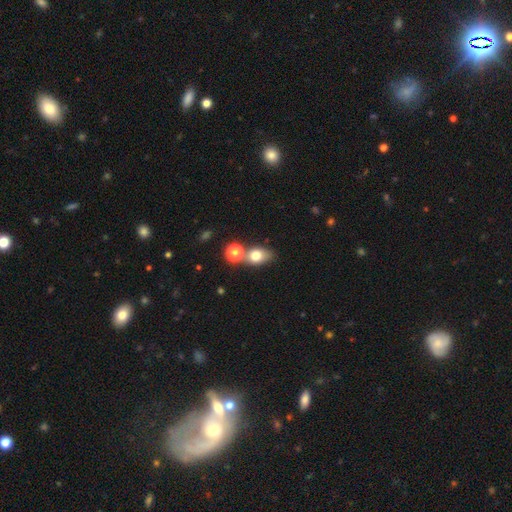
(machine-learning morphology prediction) This appears to be a smooth galaxy with no disk features (75%) that is in between round and cigar-shaped (66%). Merging: none (49%).